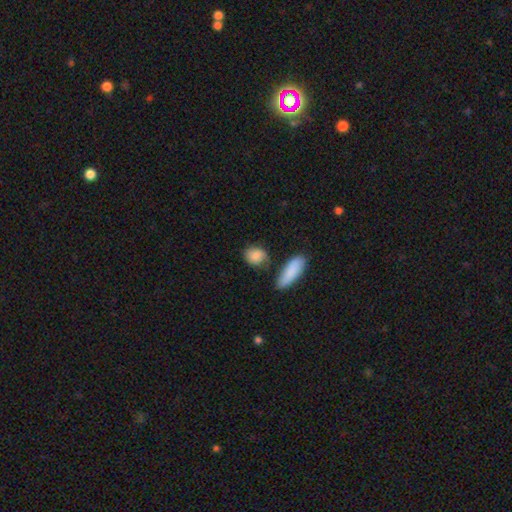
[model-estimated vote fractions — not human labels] A smooth galaxy with no disk features (85%) that is in between round and cigar-shaped (53%).

Vote fractions:
- Smooth or featured? smooth: 85% / featured or disk: 8% / star or artifact: 7%
- How rounded? in between: 53% / round: 42% / cigar-shaped: 4%
- Merging? none: 66% / minor disturbance: 19% / merger: 9% / major disturbance: 5%